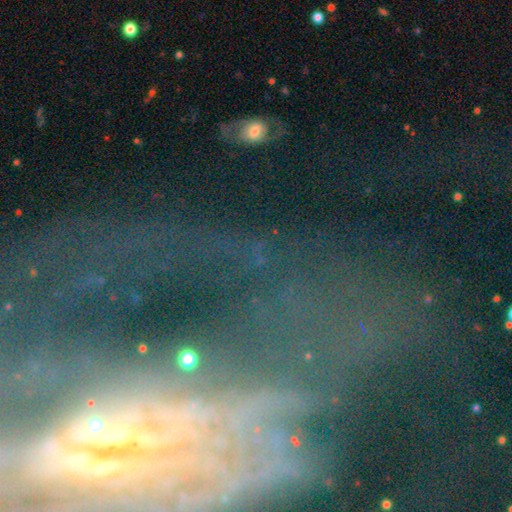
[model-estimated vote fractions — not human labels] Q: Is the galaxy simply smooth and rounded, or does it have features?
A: featured or disk — 48%.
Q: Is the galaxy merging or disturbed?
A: none — 58%.